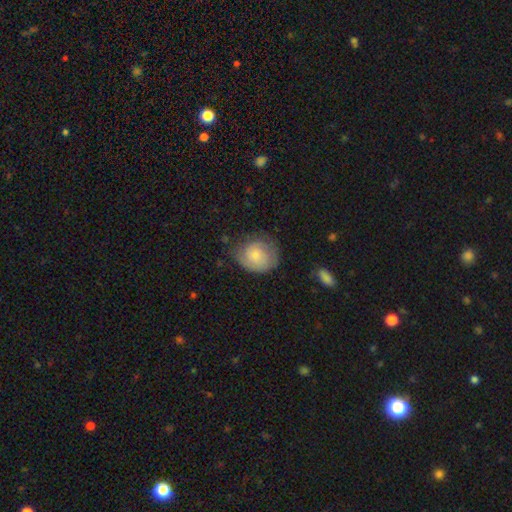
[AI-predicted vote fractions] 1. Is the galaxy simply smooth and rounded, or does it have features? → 67% smooth, 27% featured or disk, 7% star or artifact.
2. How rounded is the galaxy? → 69% round, 30% in between, 1% cigar-shaped.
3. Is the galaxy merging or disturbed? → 57% none, 30% minor disturbance, 11% major disturbance, 2% merger.